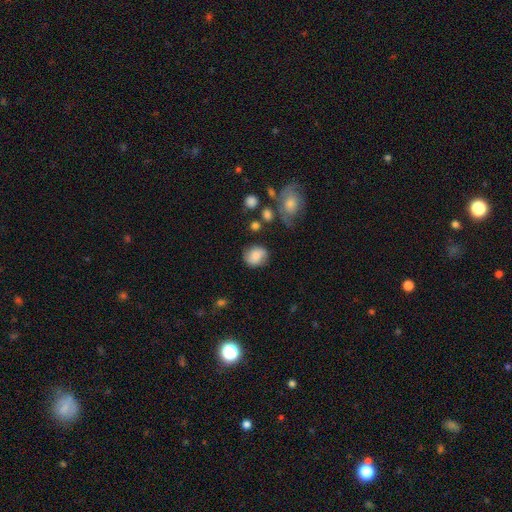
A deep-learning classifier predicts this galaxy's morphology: Overall: smooth (71%). How rounded: round (65%; in between 34%). Merging: none (67%).